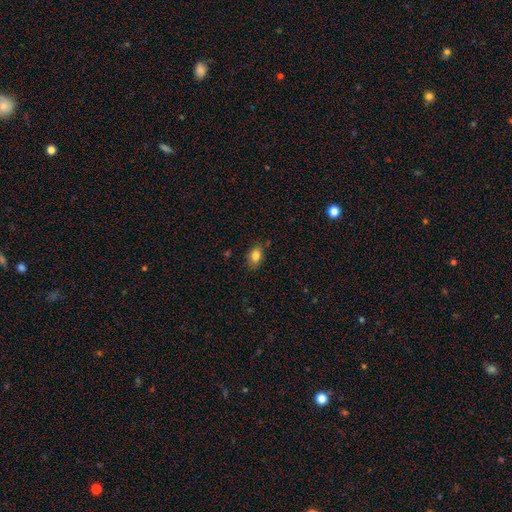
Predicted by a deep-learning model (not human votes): This appears to be a smooth galaxy with no disk features (83%) that is in between round and cigar-shaped (81%). Merging: none (80%).